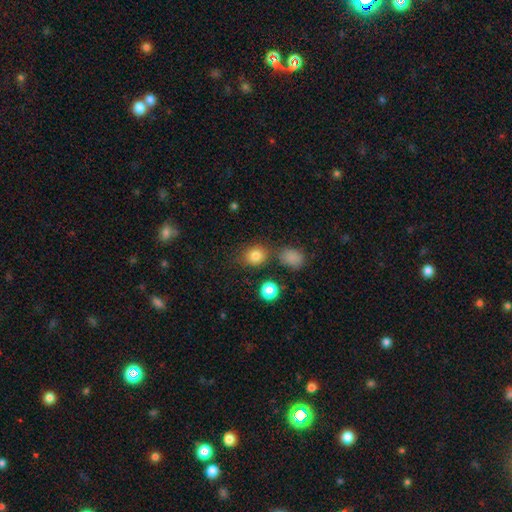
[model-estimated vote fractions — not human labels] smooth-or-featured: smooth: 80% | star or artifact: 13% | featured or disk: 7%
  how-rounded: round: 68% | in between: 31% | cigar-shaped: 1%
  merging: none: 71% | minor disturbance: 13% | merger: 12% | major disturbance: 5%